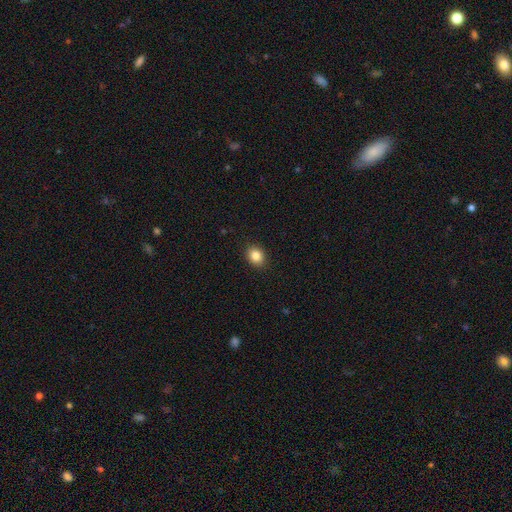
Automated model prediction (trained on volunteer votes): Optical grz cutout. It shows a smooth galaxy with no disk features (85%) that is in between round and cigar-shaped (50%). Merging: none (90%).